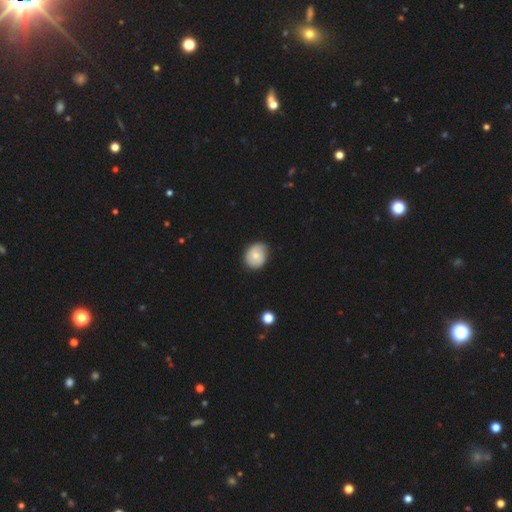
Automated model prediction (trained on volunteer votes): Smooth or featured?
  - smooth: 66% *
  - featured or disk: 27%
  - star or artifact: 7%
How rounded?
  - round: 57% *
  - in between: 42%
  - cigar-shaped: 1%
Merging?
  - none: 73% *
  - minor disturbance: 22%
  - major disturbance: 4%
  - merger: 1%